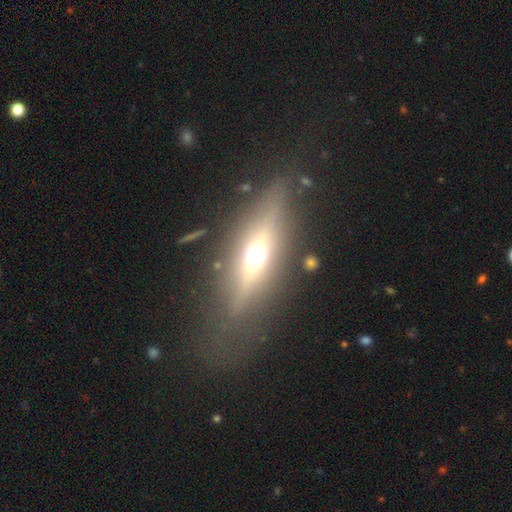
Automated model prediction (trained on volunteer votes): featured or disk 56%, smooth 33%, star or artifact 11%. Down the decision tree: edge-on disk — yes (82%); merging — none (74%).